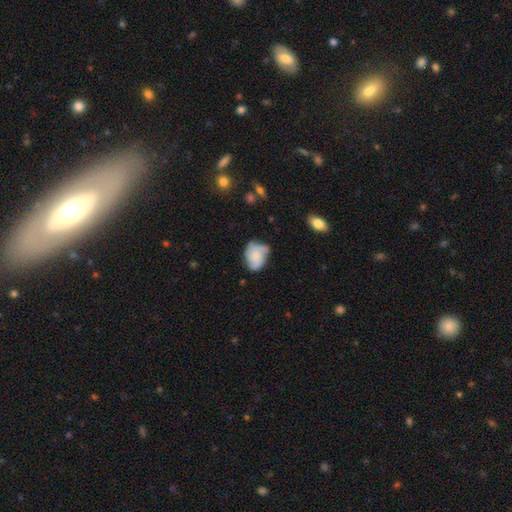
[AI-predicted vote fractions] Q: Smooth or featured?
A: featured or disk (48%); runner-up: smooth (44%)
Q: Merging?
A: none (46%); runner-up: minor disturbance (36%)